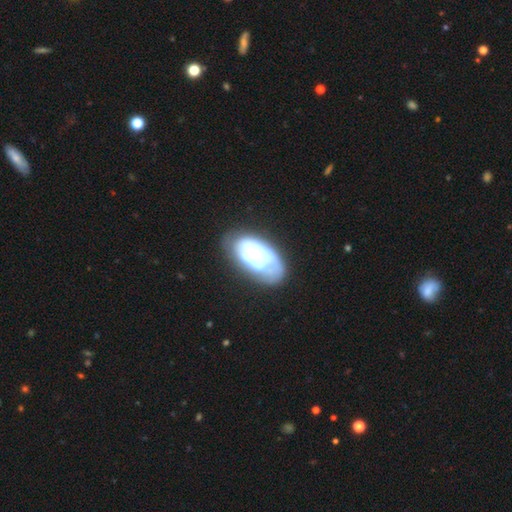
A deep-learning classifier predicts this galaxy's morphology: type=featured or disk (62%); edge-on=no (96%); bar=no (89%); spiral arms=no (74%); bulge=small (39%); merging=none (43%).